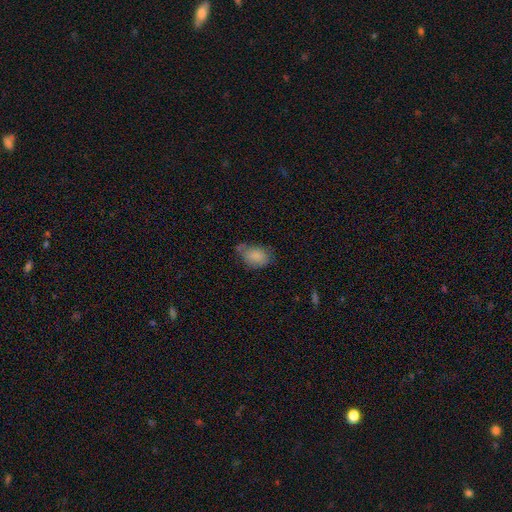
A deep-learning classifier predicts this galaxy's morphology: Smooth or featured? Predicted: smooth (p=0.84). How rounded? Predicted: in between (p=0.84). Merging? Predicted: none (p=0.51).